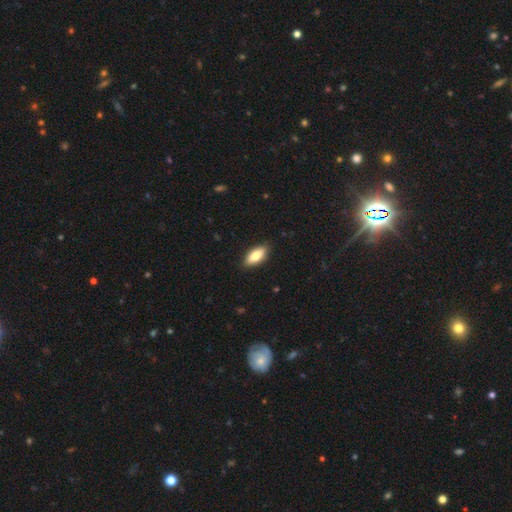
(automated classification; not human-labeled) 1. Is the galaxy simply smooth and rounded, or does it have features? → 78% smooth, 15% featured or disk, 6% star or artifact.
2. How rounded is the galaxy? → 85% in between, 13% cigar-shaped, 2% round.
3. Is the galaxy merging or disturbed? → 88% none, 9% minor disturbance, 2% major disturbance, 1% merger.